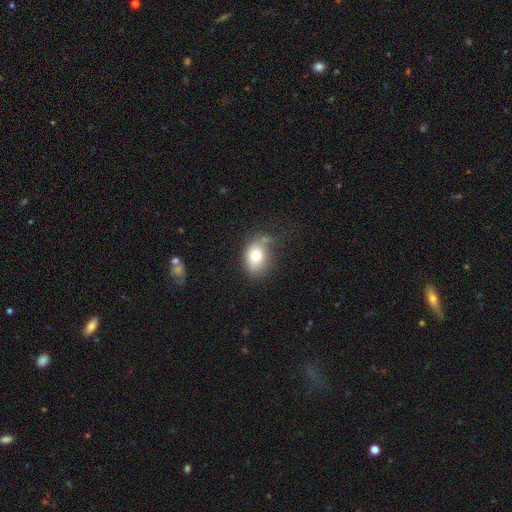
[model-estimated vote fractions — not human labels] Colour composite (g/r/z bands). It shows a smooth galaxy with no disk features (77%) that is in between round and cigar-shaped (72%). Merging: none (54%).